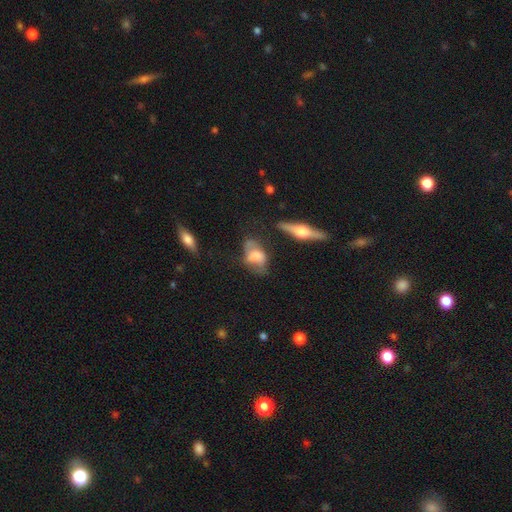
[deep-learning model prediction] Smooth or featured: smooth — 51% (featured or disk — 40%)
How rounded: in between — 83% (round — 12%)
Merging: none — 42% (minor disturbance — 30%)